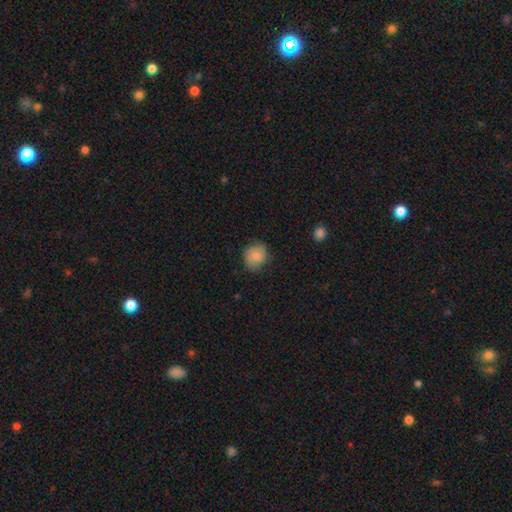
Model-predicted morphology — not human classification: Smooth or featured? Predicted: smooth (p=0.80). How rounded? Predicted: round (p=0.76). Merging? Predicted: none (p=0.76).